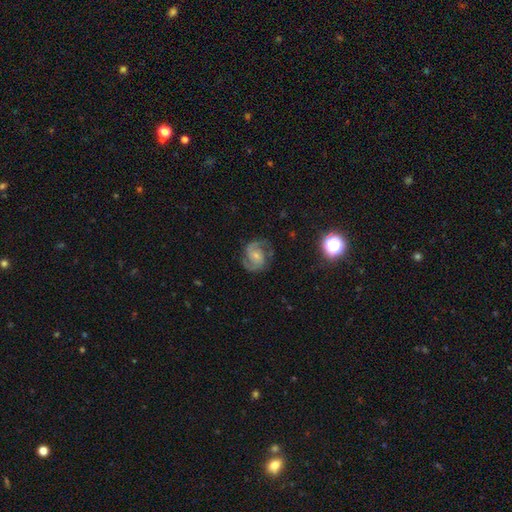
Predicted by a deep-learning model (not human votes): Q: Smooth or featured?
A: featured or disk (85%); runner-up: smooth (8%)
Q: Edge-on disk?
A: no (98%); runner-up: yes (2%)
Q: Bar?
A: no (54%); runner-up: weak (36%)
Q: Spiral arms?
A: yes (97%); runner-up: no (3%)
Q: Spiral winding?
A: medium (55%); runner-up: tight (30%)
Q: Spiral arm count?
A: 2 (89%); runner-up: can't tell (4%)
Q: Bulge size?
A: small (64%); runner-up: moderate (26%)
Q: Merging?
A: none (75%); runner-up: minor disturbance (16%)